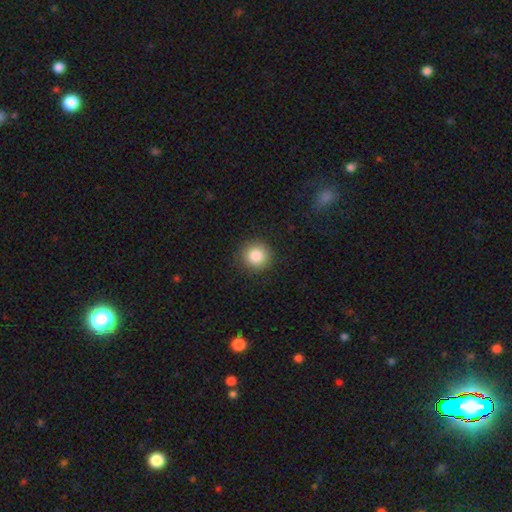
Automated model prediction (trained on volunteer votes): A smooth galaxy with no disk features (85%) that is round (94%).

Vote fractions:
- Smooth or featured? smooth: 85% / star or artifact: 9% / featured or disk: 5%
- How rounded? round: 94% / in between: 5% / cigar-shaped: 1%
- Merging? none: 90% / minor disturbance: 7% / major disturbance: 2% / merger: 1%